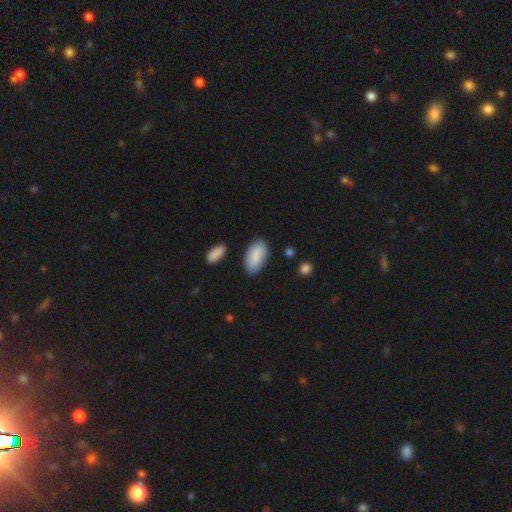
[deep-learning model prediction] This appears to be a smooth galaxy with no disk features (88%) that is in between round and cigar-shaped (94%). Merging: none (80%).